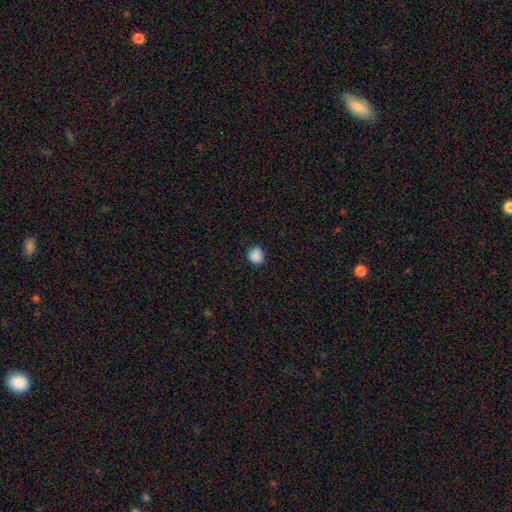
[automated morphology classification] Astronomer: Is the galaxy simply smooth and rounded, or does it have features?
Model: smooth — 88%.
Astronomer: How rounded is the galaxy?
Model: round — 87%.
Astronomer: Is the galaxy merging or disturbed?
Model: none — 86%.